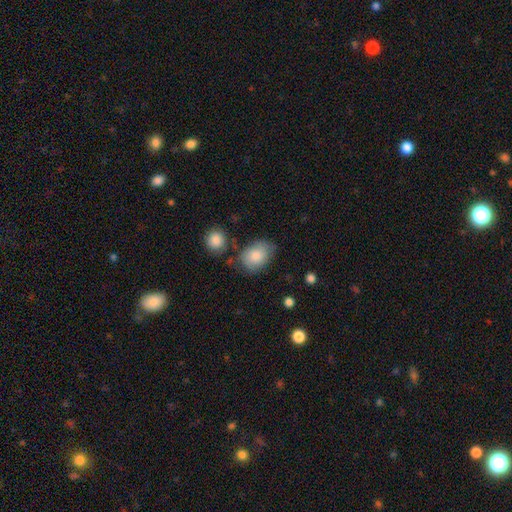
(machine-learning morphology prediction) This appears to be a smooth galaxy with no disk features (84%) that is in between round and cigar-shaped (74%). Merging: none (64%).